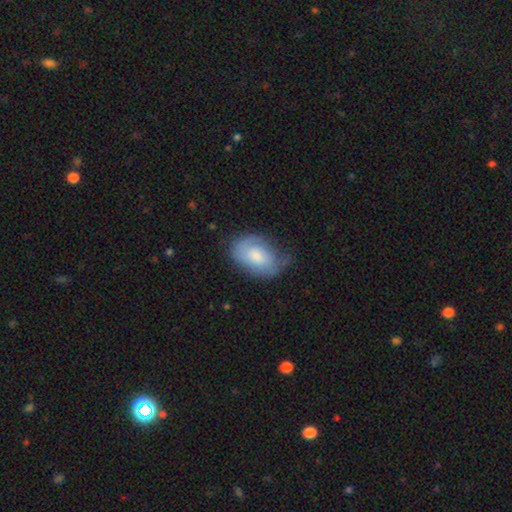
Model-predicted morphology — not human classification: smooth 63%, featured or disk 30%, star or artifact 7%. Down the decision tree: how rounded — in between (89%); merging — none (51%).